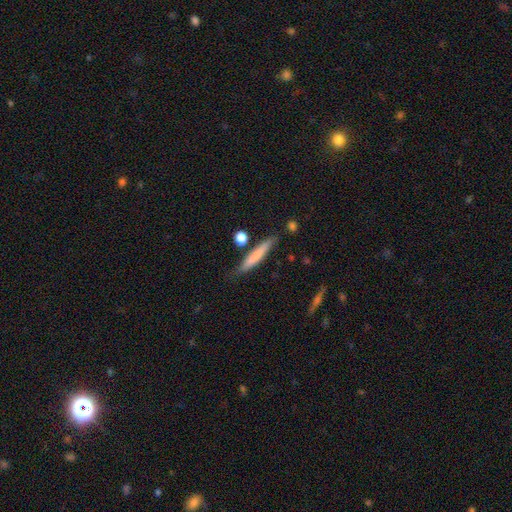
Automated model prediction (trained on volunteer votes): This is likely a smooth galaxy (71%). How rounded: clearly cigar-shaped (91%). Merging: likely none (76%).